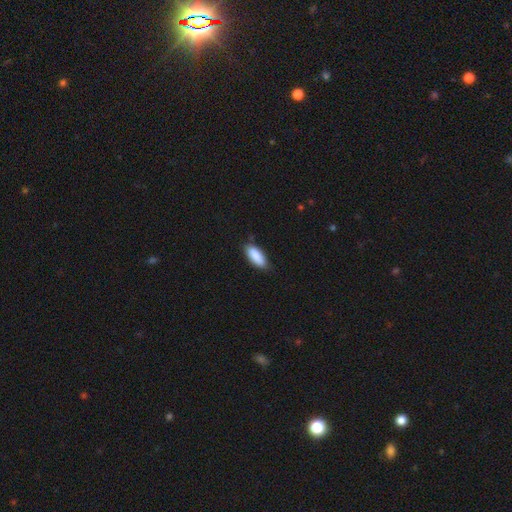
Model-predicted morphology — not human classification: Smooth or featured? Predicted: smooth (p=0.89). How rounded? Predicted: in between (p=0.78). Merging? Predicted: none (p=0.80).